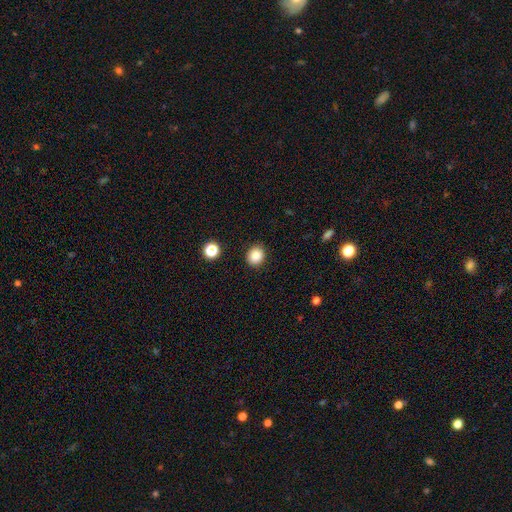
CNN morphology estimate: A smooth galaxy with no disk features (86%) that is round (74%).

Vote fractions:
- Smooth or featured? smooth: 86% / star or artifact: 10% / featured or disk: 4%
- How rounded? round: 74% / in between: 25% / cigar-shaped: 1%
- Merging? none: 89% / minor disturbance: 7% / major disturbance: 2% / merger: 1%